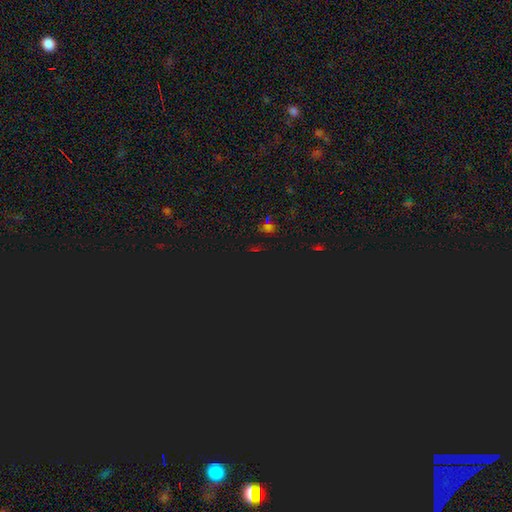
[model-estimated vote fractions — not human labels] Smooth or featured: star or artifact — 79% (smooth — 15%)